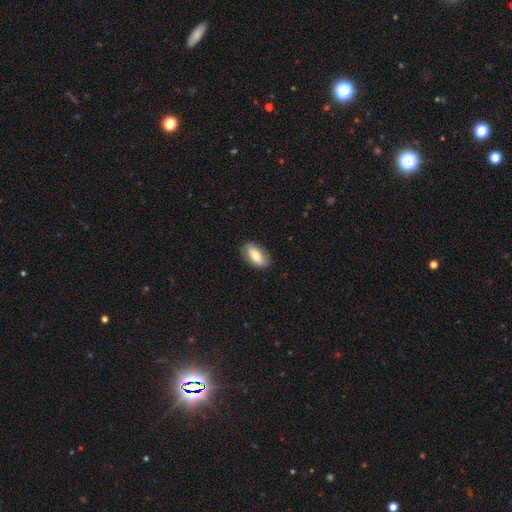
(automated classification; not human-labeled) The model was most divided on "smooth or featured": smooth: 76%, featured or disk: 18%, star or artifact: 6%. More confident: how rounded — in between (91%); merging — none (82%).